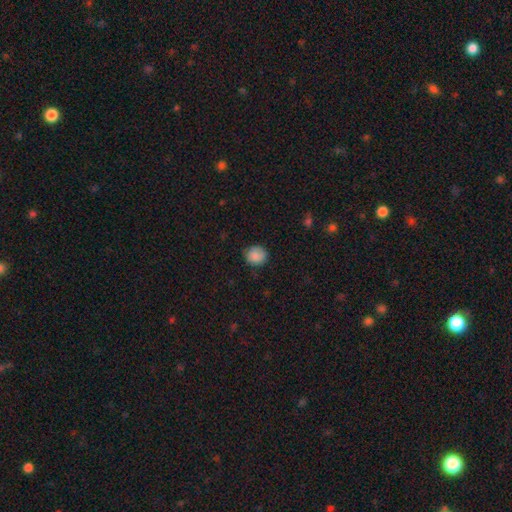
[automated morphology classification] smooth-or-featured: smooth: 86% | star or artifact: 8% | featured or disk: 5%
  how-rounded: round: 81% | in between: 18% | cigar-shaped: 1%
  merging: none: 80% | minor disturbance: 16% | major disturbance: 3% | merger: 1%